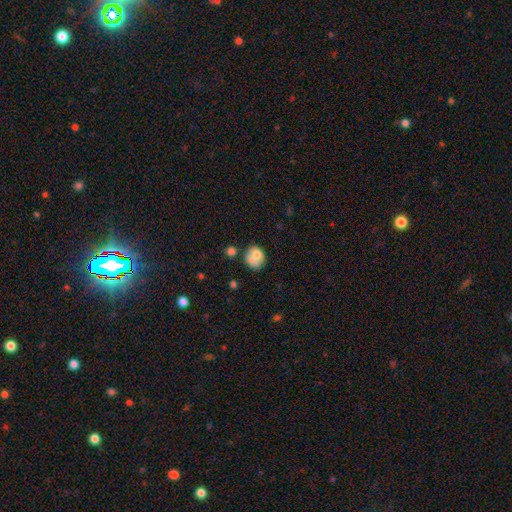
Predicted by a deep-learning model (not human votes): Morphology: type=smooth (67%); roundness=round (59%); merging=none (36%).